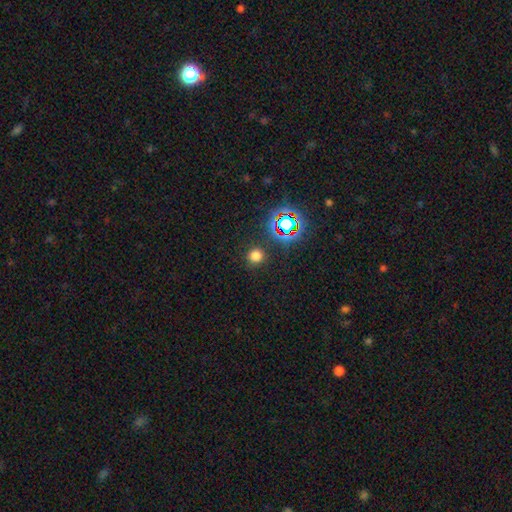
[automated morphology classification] This appears to be a smooth galaxy with no disk features (73%) that is round (92%). Merging: none (89%).